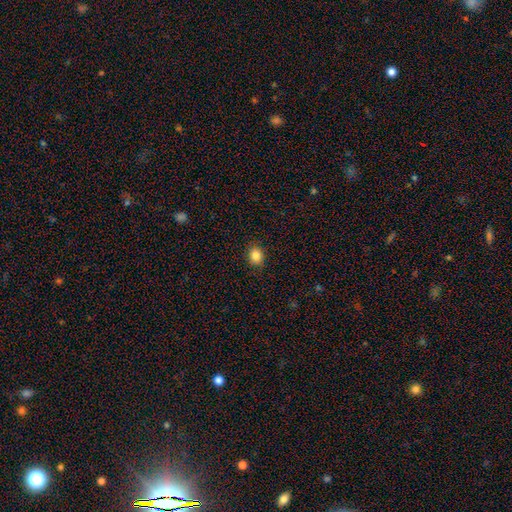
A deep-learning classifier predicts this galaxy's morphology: This appears to be a smooth galaxy with no disk features (85%) that is round (57%). Merging: none (89%).